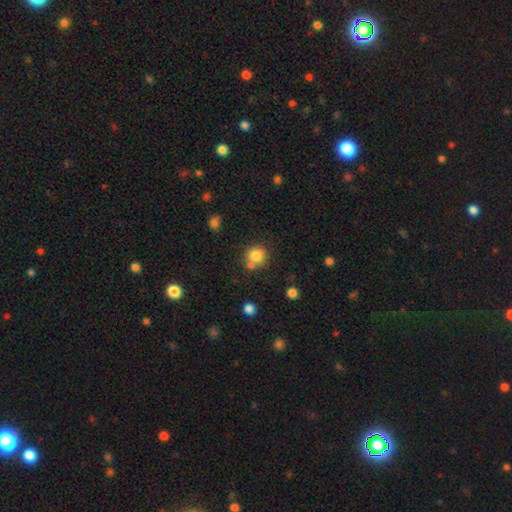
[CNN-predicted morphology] smooth_or_featured: smooth (p=0.81) [alt: star or artifact p=0.11]
how_rounded: round (p=0.88) [alt: in between p=0.11]
merging: none (p=0.65) [alt: merger p=0.21]